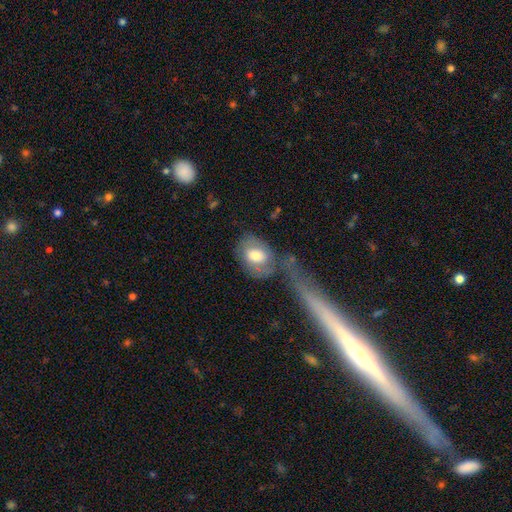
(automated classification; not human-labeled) Morphology: type=smooth (64%); roundness=in between (67%); merging=none (44%).